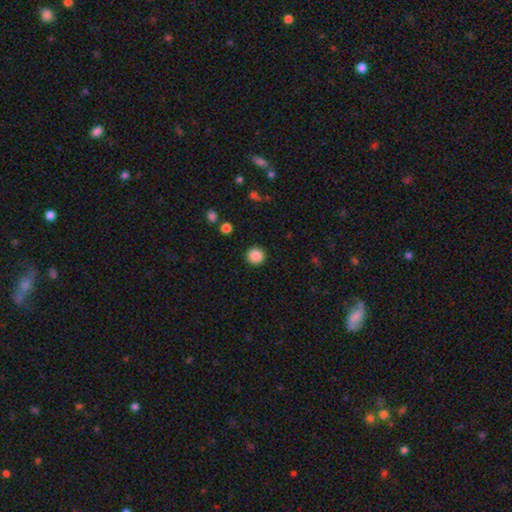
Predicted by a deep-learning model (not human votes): Overall: smooth (88%). How rounded: round (93%). Merging: none (91%).